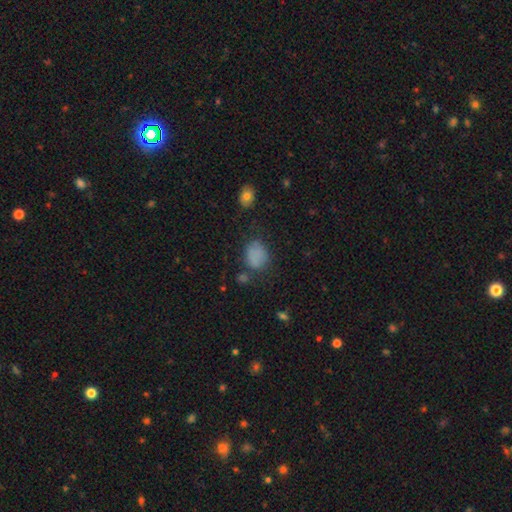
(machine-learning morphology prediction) Q: Smooth or featured?
A: smooth (78%); runner-up: star or artifact (14%)
Q: How rounded?
A: in between (50%); runner-up: round (49%)
Q: Merging?
A: none (60%); runner-up: minor disturbance (24%)